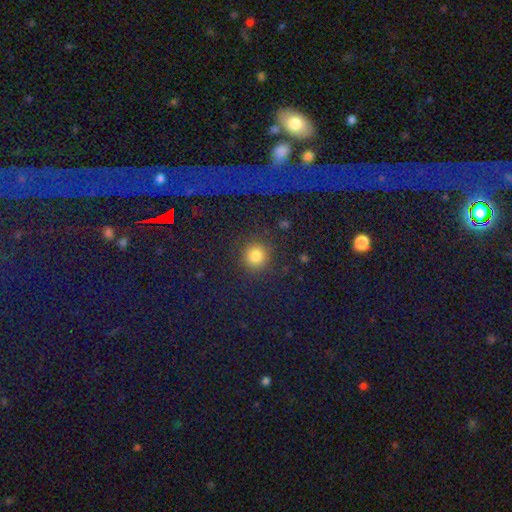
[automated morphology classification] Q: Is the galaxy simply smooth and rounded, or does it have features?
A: smooth — 78%.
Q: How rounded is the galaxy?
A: round — 91%.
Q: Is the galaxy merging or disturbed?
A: none — 85%.